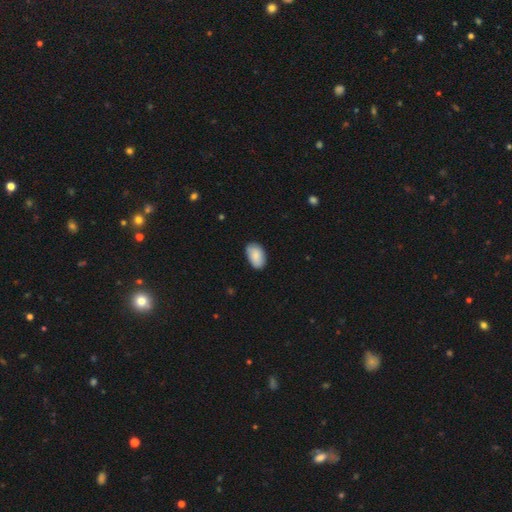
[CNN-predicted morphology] smooth 86%, featured or disk 8%, star or artifact 6%. Down the decision tree: how rounded — in between (92%); merging — none (81%).